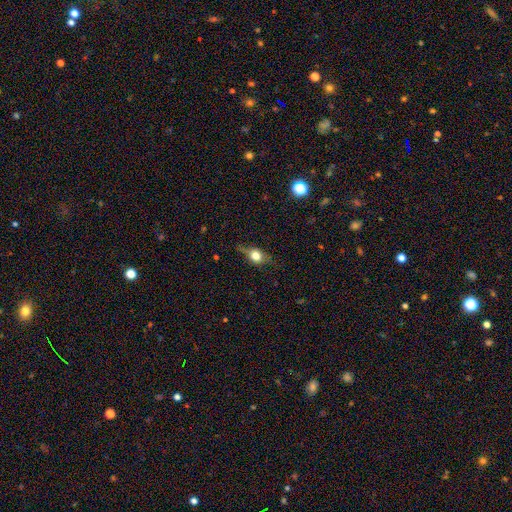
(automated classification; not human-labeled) A smooth galaxy with no disk features (52%) that is in between round and cigar-shaped (47%). Merging: none (65%).